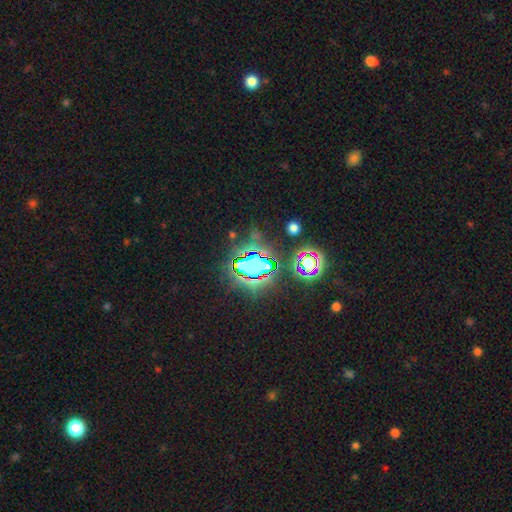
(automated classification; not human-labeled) Smooth or featured? Predicted: star or artifact (p=0.82).